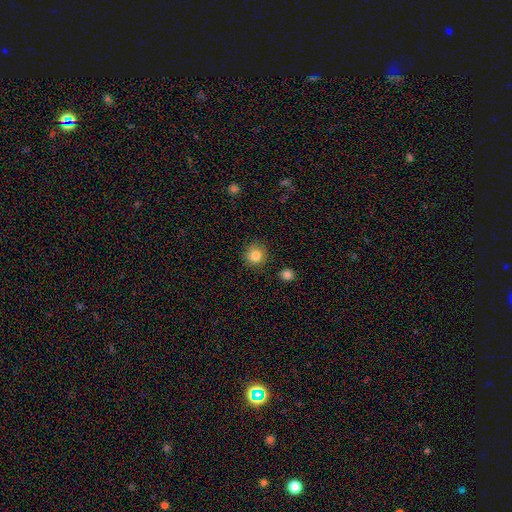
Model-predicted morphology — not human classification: Smooth or featured: smooth — 84% (star or artifact — 10%)
How rounded: round — 91% (in between — 8%)
Merging: none — 87% (minor disturbance — 8%)